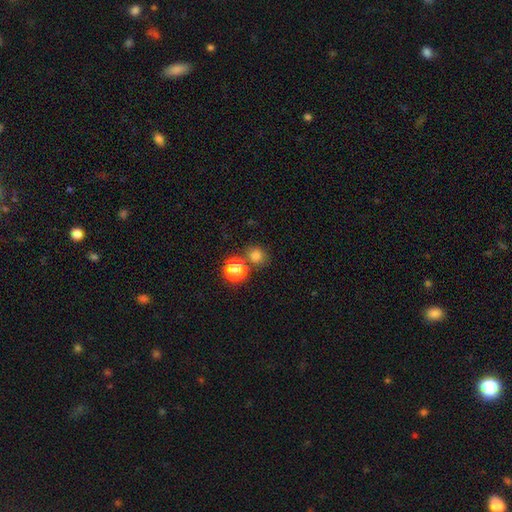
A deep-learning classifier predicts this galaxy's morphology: A smooth galaxy with no disk features (73%) that is round (84%).

Vote fractions:
- Smooth or featured? smooth: 73% / star or artifact: 21% / featured or disk: 6%
- How rounded? round: 84% / in between: 15% / cigar-shaped: 1%
- Merging? none: 69% / merger: 18% / minor disturbance: 9% / major disturbance: 4%